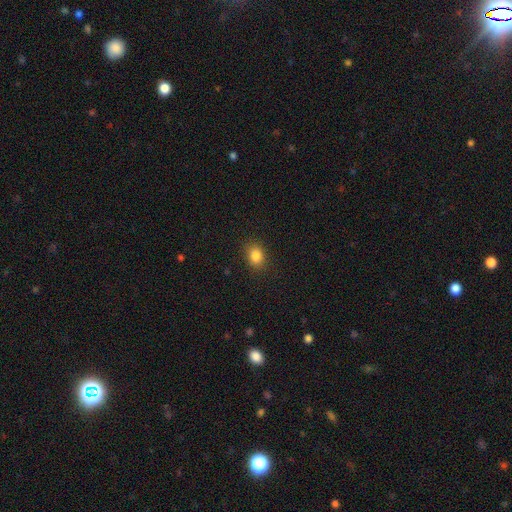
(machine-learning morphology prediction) Smooth or featured? Predicted: smooth (p=0.84). How rounded? Predicted: in between (p=0.54). Merging? Predicted: none (p=0.87).